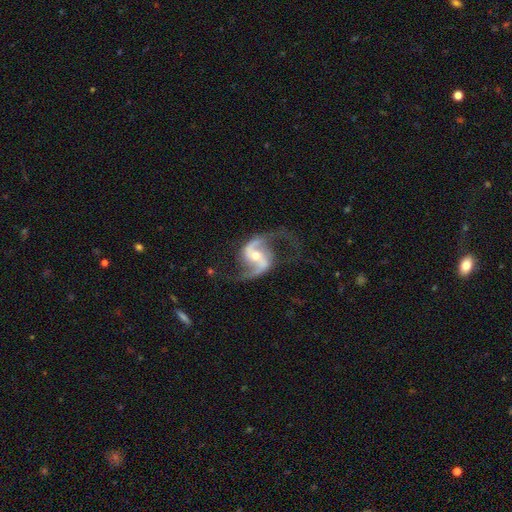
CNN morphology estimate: smooth_or_featured: featured or disk (p=0.93) [alt: star or artifact p=0.04]
disk_edge_on: no (p=0.98) [alt: yes p=0.02]
bar: weak (p=0.37) [alt: strong p=0.36]
has_spiral_arms: yes (p=0.98) [alt: no p=0.02]
spiral_winding: loose (p=0.60) [alt: medium p=0.34]
spiral_arm_count: 2 (p=0.94) [alt: can't tell p=0.01]
bulge_size: moderate (p=0.52) [alt: small p=0.43]
merging: none (p=0.73) [alt: minor disturbance p=0.14]